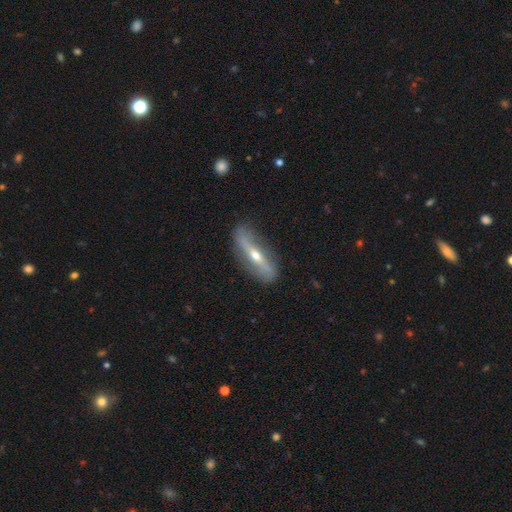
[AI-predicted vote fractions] Overall: featured or disk (72%). Edge-on disk: yes (63%; no 37%). Merging: none (79%).